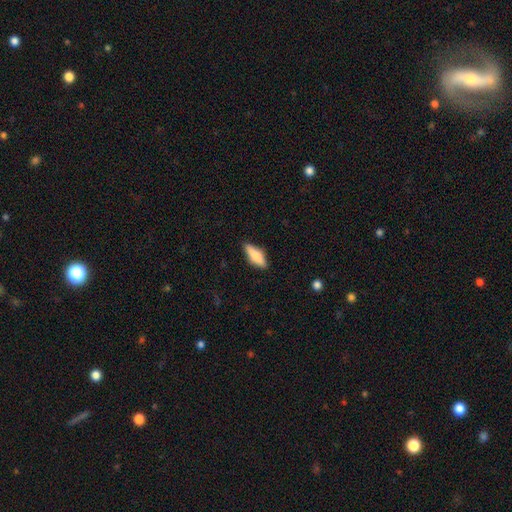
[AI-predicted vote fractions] smooth_or_featured: smooth (p=0.73) [alt: featured or disk p=0.21]
how_rounded: in between (p=0.54) [alt: cigar-shaped p=0.43]
merging: none (p=0.84) [alt: minor disturbance p=0.12]